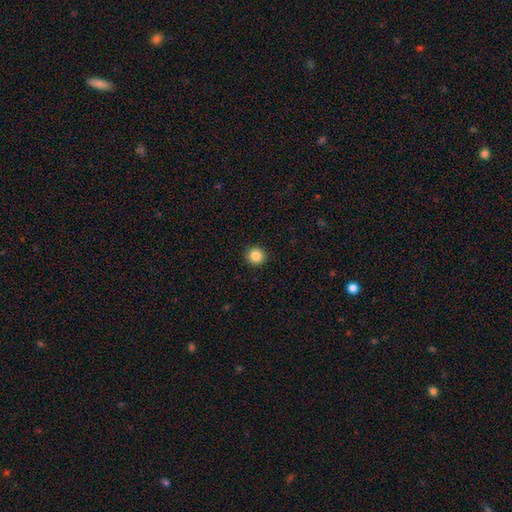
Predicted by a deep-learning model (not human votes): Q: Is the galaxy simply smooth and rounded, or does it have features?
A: smooth — 86%.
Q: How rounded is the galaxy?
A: round — 94%.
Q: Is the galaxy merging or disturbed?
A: none — 93%.